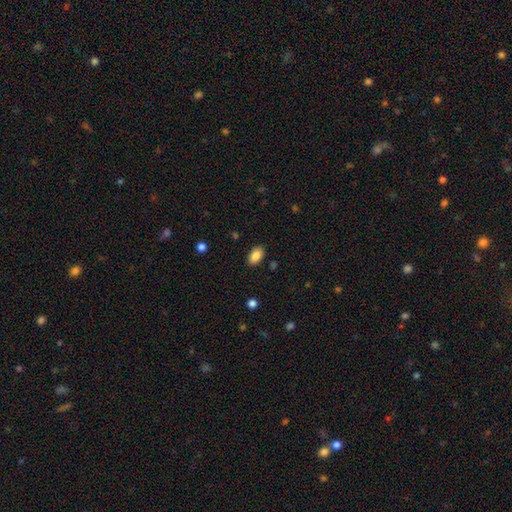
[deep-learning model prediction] Q: Smooth or featured?
A: smooth (87%); runner-up: star or artifact (8%)
Q: How rounded?
A: in between (92%); runner-up: round (6%)
Q: Merging?
A: none (88%); runner-up: minor disturbance (9%)